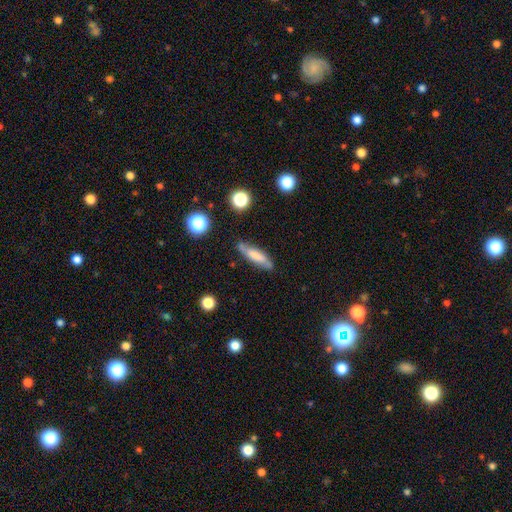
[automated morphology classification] Smooth or featured? smooth (63%)
How rounded? cigar-shaped (73%)
Merging? none (75%)